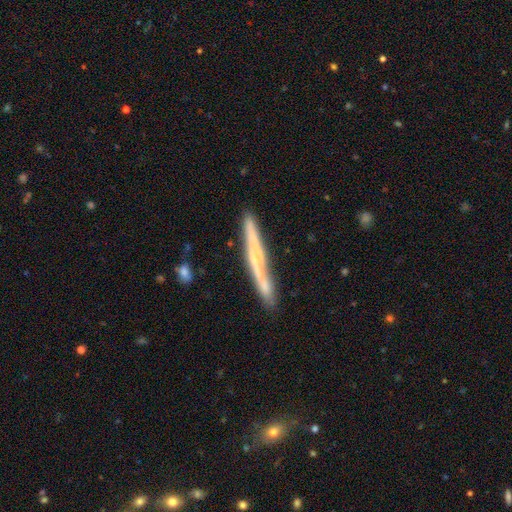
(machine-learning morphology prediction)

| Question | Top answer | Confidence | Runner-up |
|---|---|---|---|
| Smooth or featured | featured or disk | 59% | smooth (35%) |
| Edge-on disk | yes | 92% | no (8%) |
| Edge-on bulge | none | 56% | rounded (30%) |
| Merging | none | 70% | minor disturbance (18%) |